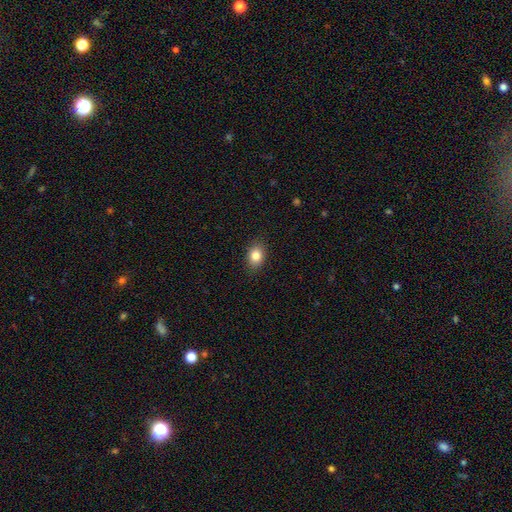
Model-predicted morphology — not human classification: smooth 83%, star or artifact 9%, featured or disk 7%. Down the decision tree: how rounded — in between (71%); merging — none (88%).